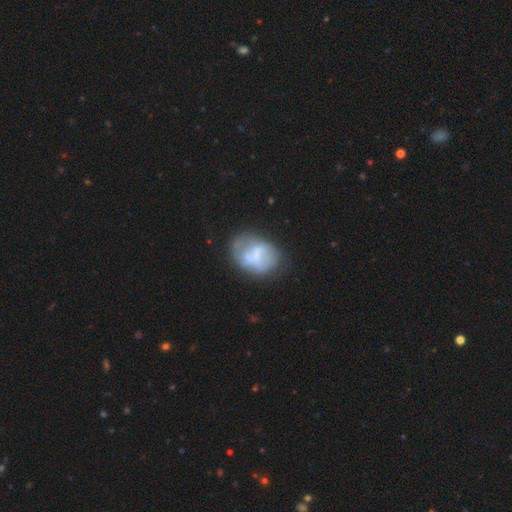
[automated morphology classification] featured or disk 48%, smooth 43%, star or artifact 8%. Down the decision tree: merging — none (51%).